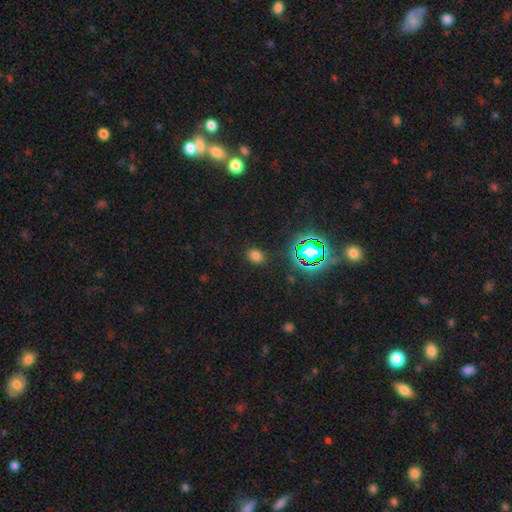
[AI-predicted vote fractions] The model was most divided on "how rounded": in between: 63%, round: 36%, cigar-shaped: 1%. More confident: merging — none (85%); smooth or featured — smooth (69%).